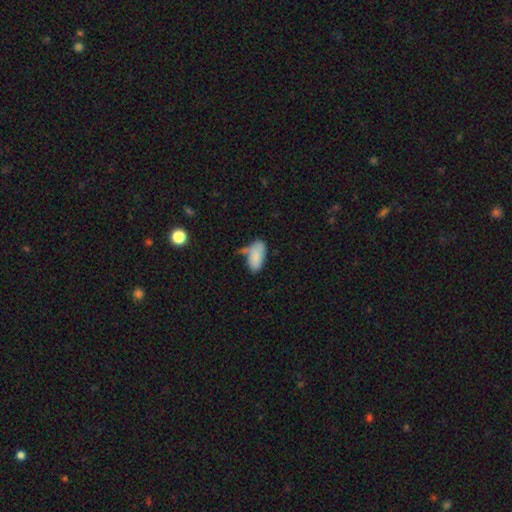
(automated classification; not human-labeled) Smooth or featured?
  - smooth: 80% *
  - featured or disk: 13%
  - star or artifact: 8%
How rounded?
  - in between: 93% *
  - cigar-shaped: 4%
  - round: 3%
Merging?
  - none: 39% *
  - minor disturbance: 30%
  - merger: 16%
  - major disturbance: 15%